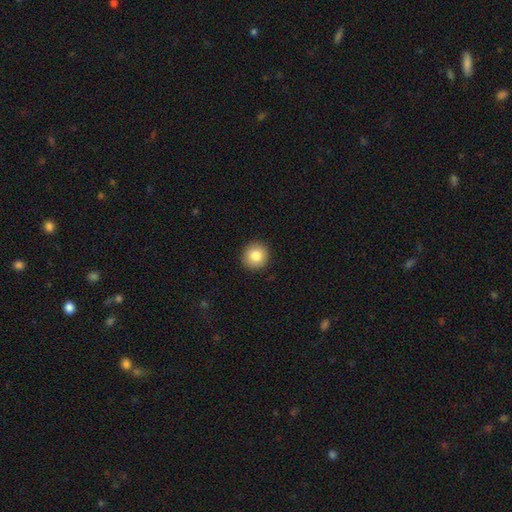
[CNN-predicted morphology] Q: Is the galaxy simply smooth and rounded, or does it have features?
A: smooth — 85%.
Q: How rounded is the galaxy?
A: round — 93%.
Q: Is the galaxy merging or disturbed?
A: none — 92%.